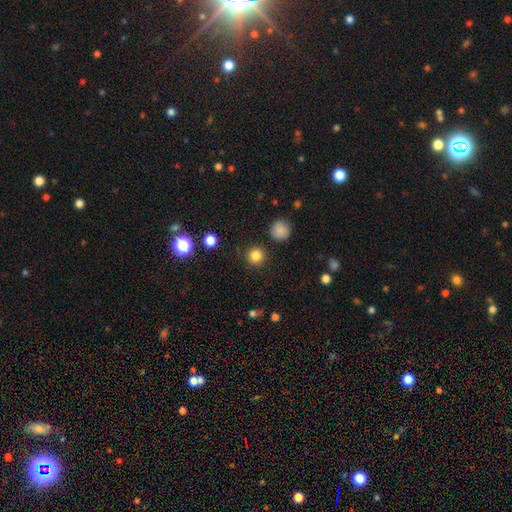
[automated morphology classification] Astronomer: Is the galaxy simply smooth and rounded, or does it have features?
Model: smooth — 83%.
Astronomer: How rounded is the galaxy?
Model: round — 94%.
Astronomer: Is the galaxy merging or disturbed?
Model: none — 90%.